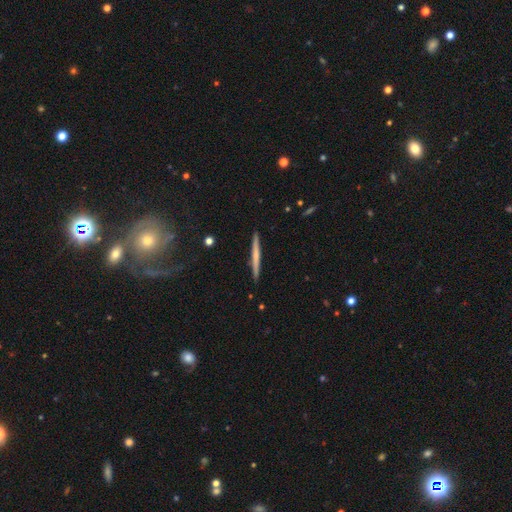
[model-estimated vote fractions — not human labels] Morphology: type=featured or disk (50%); edge-on=yes (97%); merging=none (92%).